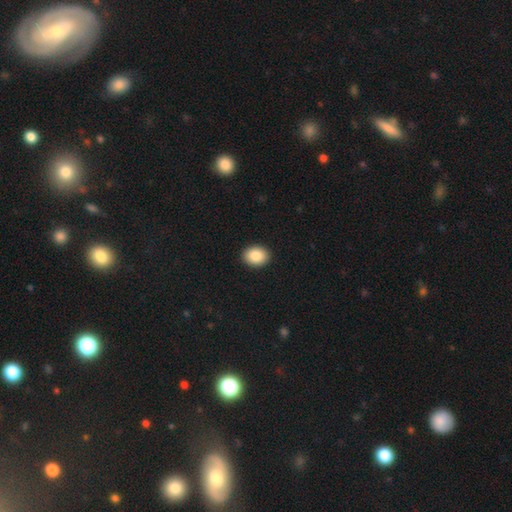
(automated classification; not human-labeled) Smooth or featured: smooth — 88% (star or artifact — 7%)
How rounded: in between — 62% (round — 37%)
Merging: none — 92% (minor disturbance — 6%)